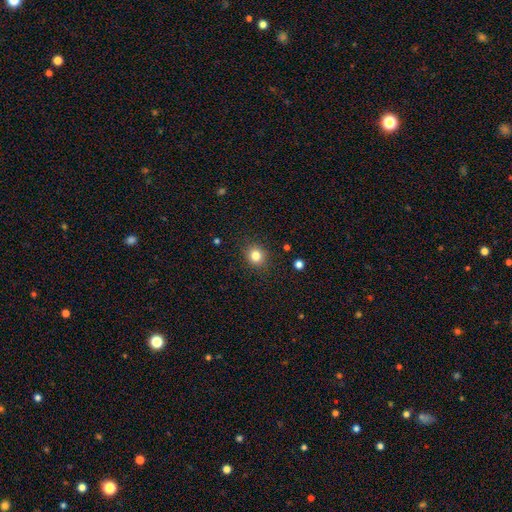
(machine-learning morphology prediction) The model was most divided on "how rounded": round: 80%, in between: 19%, cigar-shaped: 1%. More confident: merging — none (89%); smooth or featured — smooth (82%).